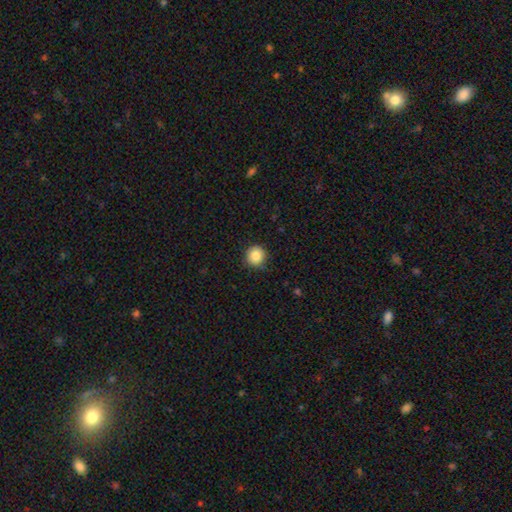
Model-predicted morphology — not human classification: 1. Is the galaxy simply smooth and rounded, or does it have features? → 86% smooth, 10% star or artifact, 5% featured or disk.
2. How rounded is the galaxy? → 94% round, 5% in between, 1% cigar-shaped.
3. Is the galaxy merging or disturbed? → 88% none, 9% minor disturbance, 2% major disturbance, 1% merger.